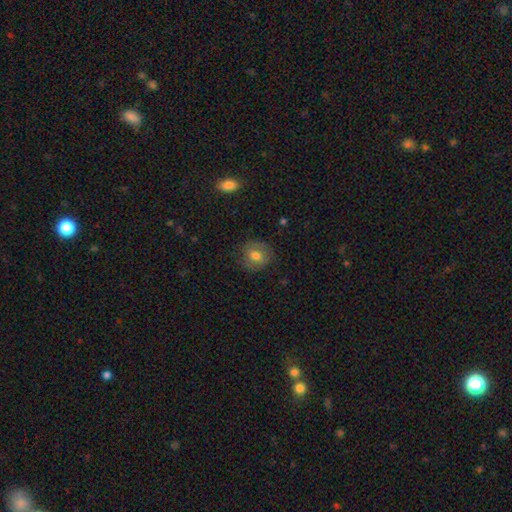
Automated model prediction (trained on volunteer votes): smooth_or_featured: smooth (p=0.70) [alt: featured or disk p=0.20]
how_rounded: round (p=0.73) [alt: in between p=0.26]
merging: none (p=0.80) [alt: minor disturbance p=0.14]